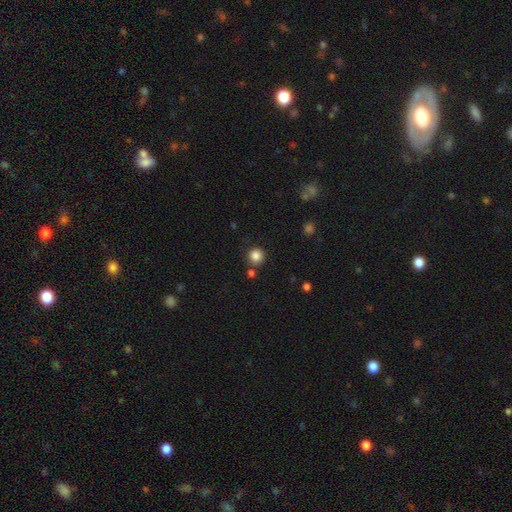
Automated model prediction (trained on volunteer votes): This appears to be a smooth galaxy with no disk features (85%) that is round (93%). Merging: none (81%).